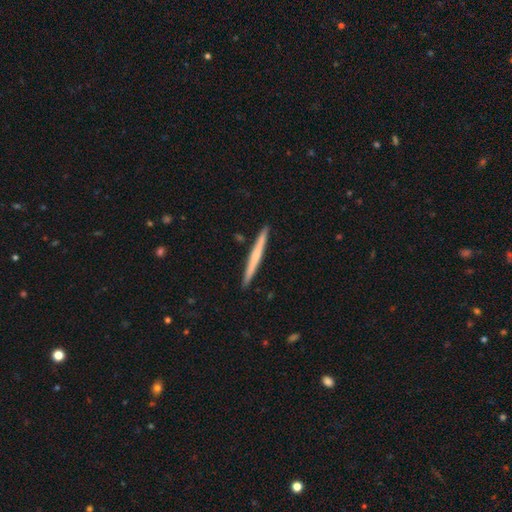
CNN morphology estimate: Smooth or featured? smooth (52%)
How rounded? cigar-shaped (97%)
Merging? none (92%)